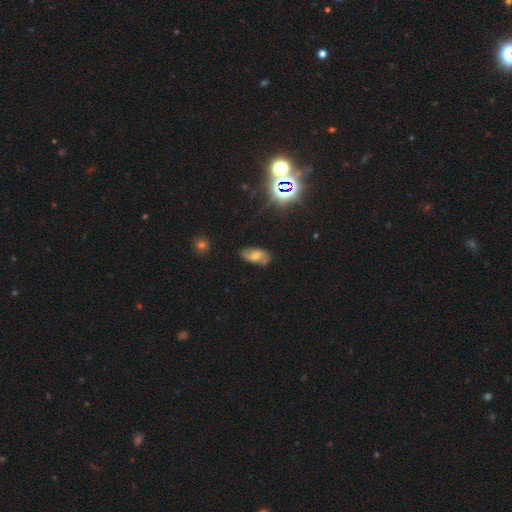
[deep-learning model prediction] Q: Smooth or featured?
A: smooth (49%); runner-up: featured or disk (36%)
Q: Merging?
A: none (73%); runner-up: minor disturbance (20%)